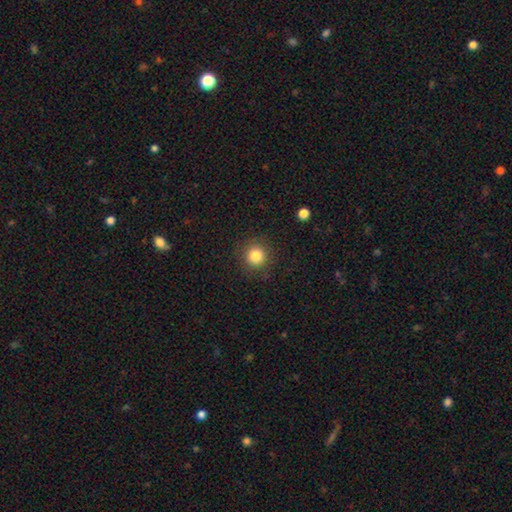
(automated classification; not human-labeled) smooth_or_featured: smooth (p=0.83) [alt: star or artifact p=0.11]
how_rounded: round (p=0.93) [alt: in between p=0.06]
merging: none (p=0.89) [alt: minor disturbance p=0.07]